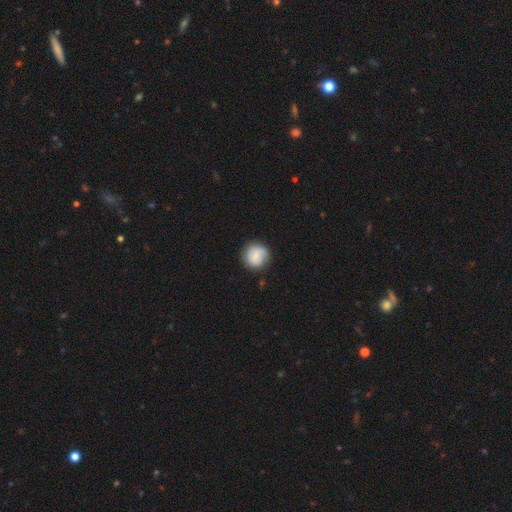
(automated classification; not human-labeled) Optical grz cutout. It shows a smooth galaxy with no disk features (66%) that is round (91%). Merging: none (81%).